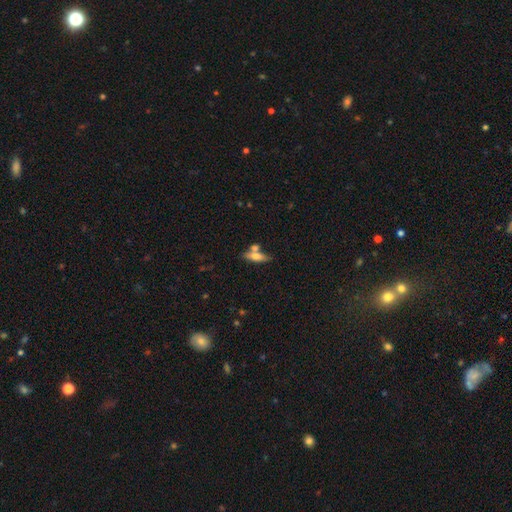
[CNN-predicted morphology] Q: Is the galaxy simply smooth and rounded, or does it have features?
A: smooth — 61%.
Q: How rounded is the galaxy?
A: cigar-shaped — 53%.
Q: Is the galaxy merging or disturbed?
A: none — 56%.